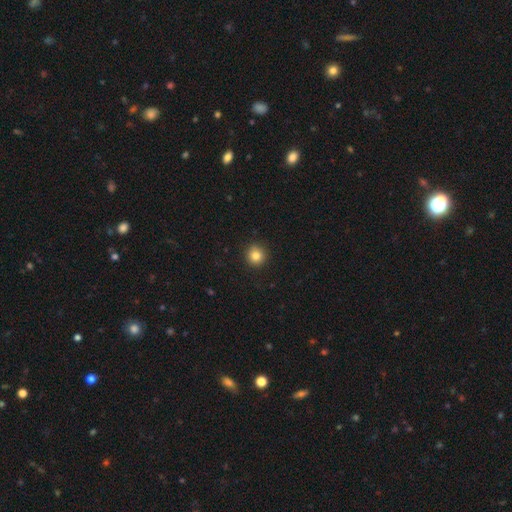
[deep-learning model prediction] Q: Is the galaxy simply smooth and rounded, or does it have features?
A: smooth — 83%.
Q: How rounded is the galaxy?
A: round — 94%.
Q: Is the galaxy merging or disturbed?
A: none — 91%.